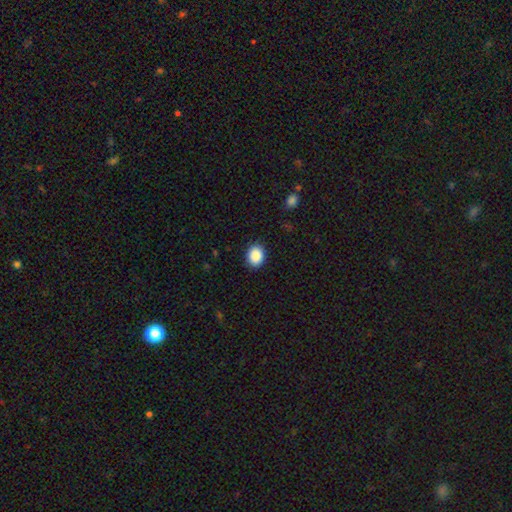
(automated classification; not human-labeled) Smooth or featured? Predicted: smooth (p=0.89). How rounded? Predicted: in between (p=0.54). Merging? Predicted: none (p=0.89).